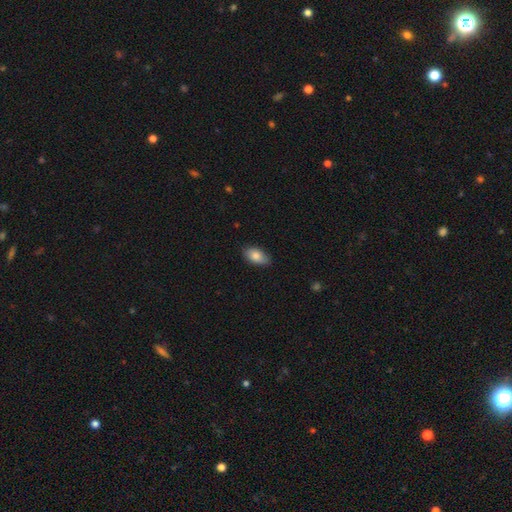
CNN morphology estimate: smooth 84%, featured or disk 9%, star or artifact 7%. Down the decision tree: how rounded — in between (93%); merging — none (83%).